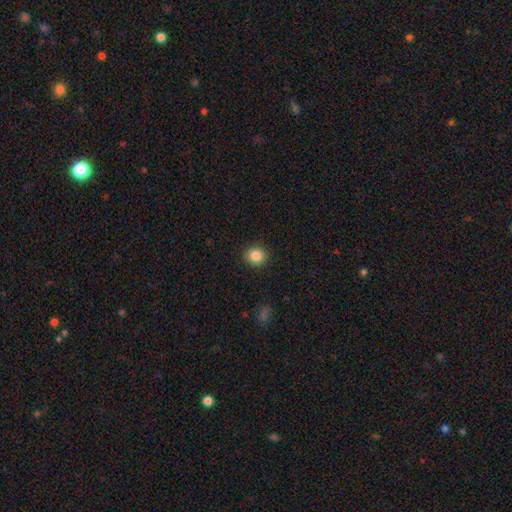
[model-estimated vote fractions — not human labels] Smooth or featured?
  - smooth: 86% *
  - star or artifact: 10%
  - featured or disk: 5%
How rounded?
  - round: 78% *
  - in between: 21%
  - cigar-shaped: 1%
Merging?
  - none: 90% *
  - minor disturbance: 7%
  - major disturbance: 2%
  - merger: 1%